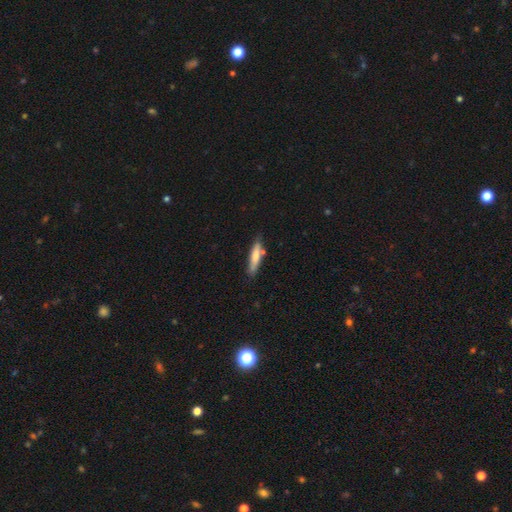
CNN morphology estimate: Smooth or featured?
  - smooth: 71% *
  - featured or disk: 23%
  - star or artifact: 6%
How rounded?
  - cigar-shaped: 78% *
  - in between: 20%
  - round: 2%
Merging?
  - none: 71% *
  - minor disturbance: 19%
  - merger: 7%
  - major disturbance: 3%